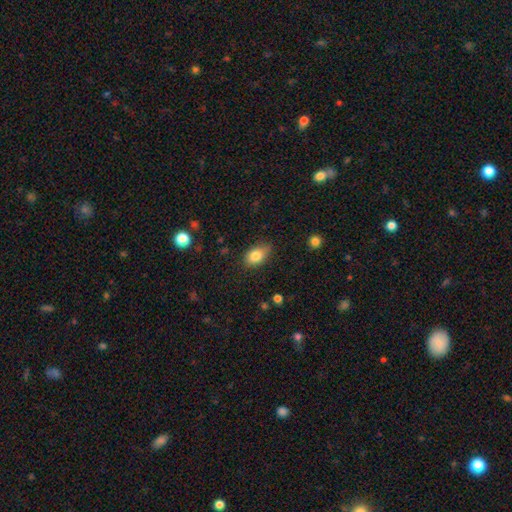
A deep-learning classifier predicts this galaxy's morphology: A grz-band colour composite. It shows a smooth galaxy with no disk features (83%) that is in between round and cigar-shaped (86%). Merging: none (74%).